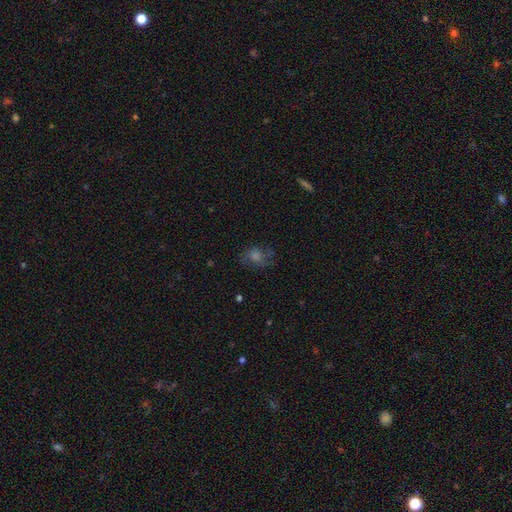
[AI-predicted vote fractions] Smooth or featured? Predicted: smooth (p=0.37). Merging? Predicted: none (p=0.70).